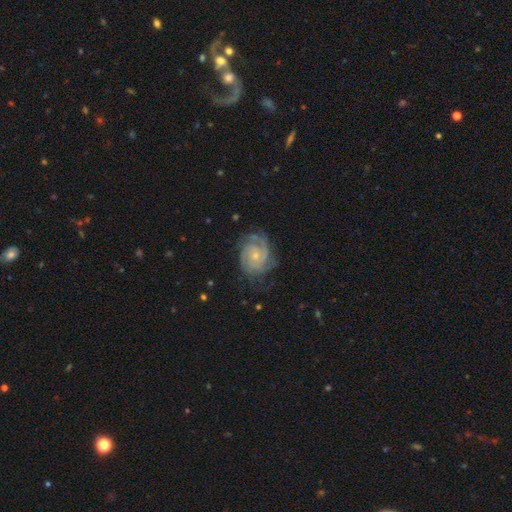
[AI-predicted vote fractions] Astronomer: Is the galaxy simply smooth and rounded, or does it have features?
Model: featured or disk — 87%.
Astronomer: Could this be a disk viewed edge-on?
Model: no — 98%.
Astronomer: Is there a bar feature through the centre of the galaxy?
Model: no — 74%.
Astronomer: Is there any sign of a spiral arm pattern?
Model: yes — 97%.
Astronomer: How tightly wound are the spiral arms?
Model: tight — 65%.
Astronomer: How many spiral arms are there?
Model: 2 — 31%, tied with 3 at 31%.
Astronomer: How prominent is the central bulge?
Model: small — 69%.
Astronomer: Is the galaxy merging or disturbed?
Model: none — 71%.